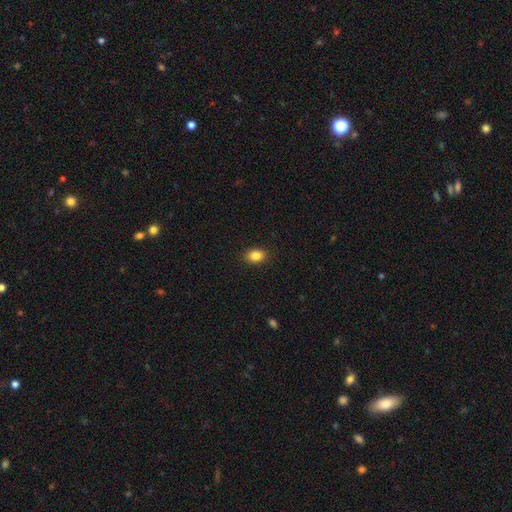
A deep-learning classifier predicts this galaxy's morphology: Q: Smooth or featured?
A: smooth (85%); runner-up: star or artifact (9%)
Q: How rounded?
A: in between (74%); runner-up: round (24%)
Q: Merging?
A: none (90%); runner-up: minor disturbance (7%)